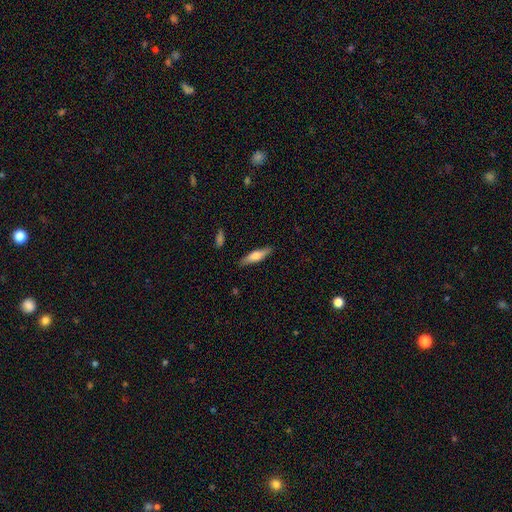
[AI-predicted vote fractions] This appears to be a smooth galaxy with no disk features (59%) that is cigar-shaped (70%). Merging: none (86%).